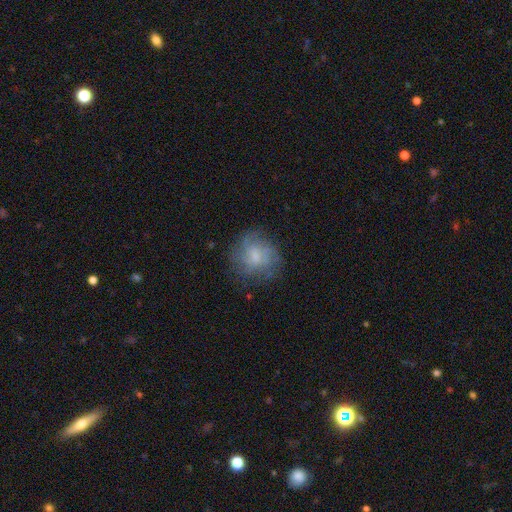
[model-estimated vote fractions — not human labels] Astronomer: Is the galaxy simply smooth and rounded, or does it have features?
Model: smooth — 46% (runner-up: featured or disk, 44%).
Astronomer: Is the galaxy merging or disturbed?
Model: none — 69%.